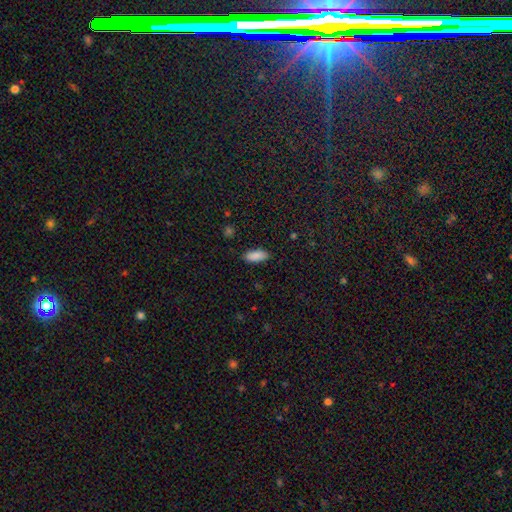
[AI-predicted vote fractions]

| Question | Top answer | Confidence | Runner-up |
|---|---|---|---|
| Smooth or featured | smooth | 89% | star or artifact (7%) |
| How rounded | in between | 85% | cigar-shaped (13%) |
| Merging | none | 86% | minor disturbance (11%) |